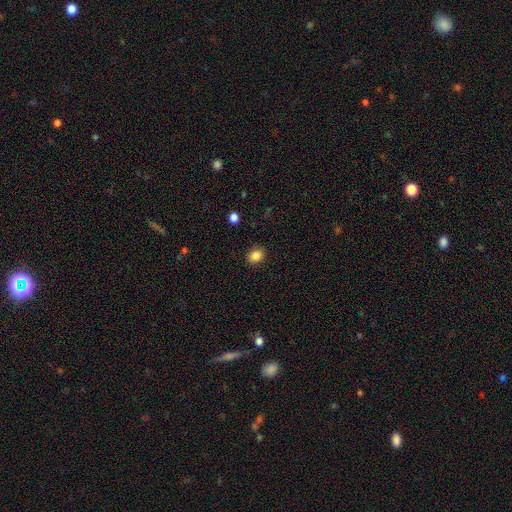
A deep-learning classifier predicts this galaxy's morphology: Overall: smooth (87%). How rounded: round (53%; in between 46%). Merging: none (89%).